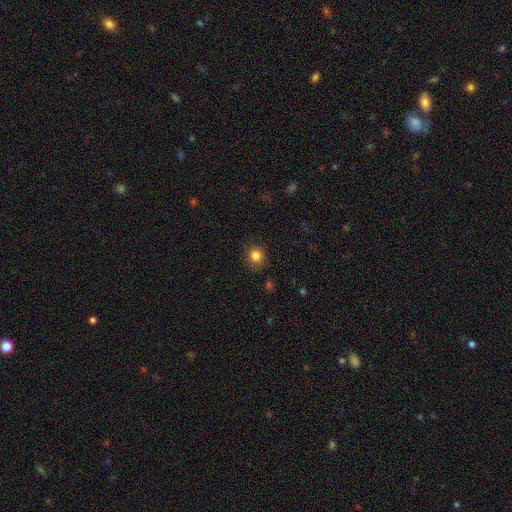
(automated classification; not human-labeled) Smooth or featured: smooth — 84% (star or artifact — 11%)
How rounded: round — 87% (in between — 12%)
Merging: none — 85% (minor disturbance — 11%)